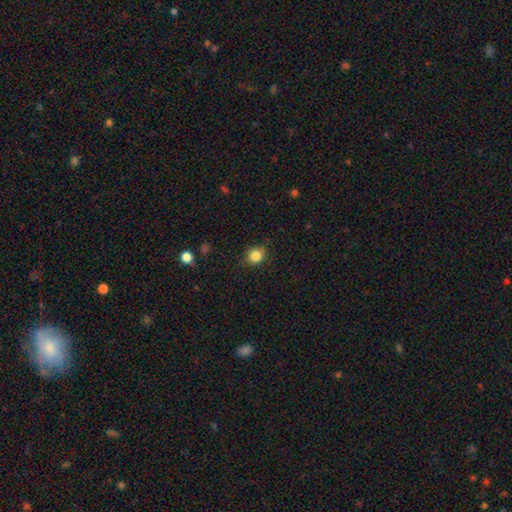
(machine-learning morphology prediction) Smooth or featured: smooth — 85% (star or artifact — 10%)
How rounded: round — 70% (in between — 30%)
Merging: none — 83% (minor disturbance — 13%)